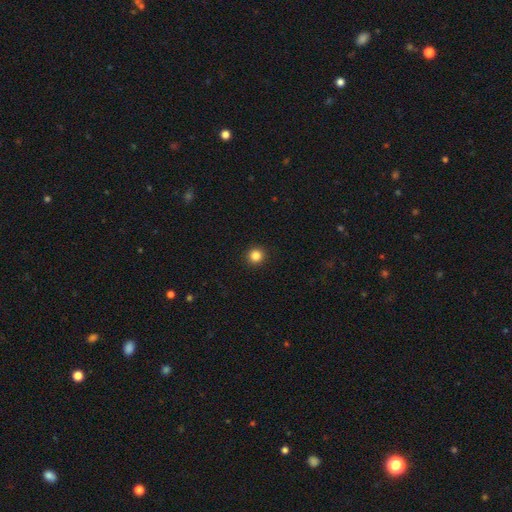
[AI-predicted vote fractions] Q: Smooth or featured?
A: smooth (84%); runner-up: star or artifact (12%)
Q: How rounded?
A: round (95%); runner-up: in between (4%)
Q: Merging?
A: none (94%); runner-up: minor disturbance (4%)